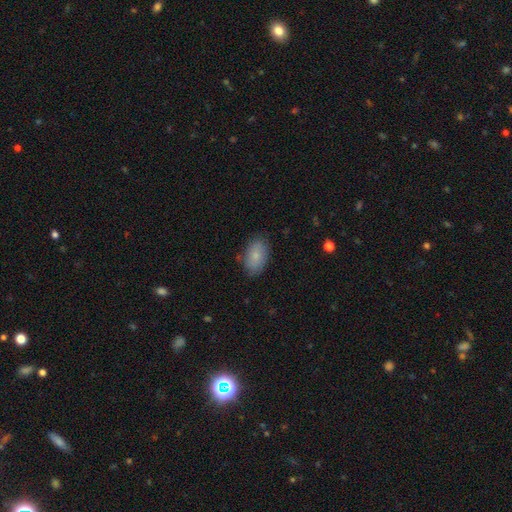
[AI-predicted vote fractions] smooth 82%, featured or disk 11%, star or artifact 7%. Down the decision tree: how rounded — in between (92%); merging — none (81%).